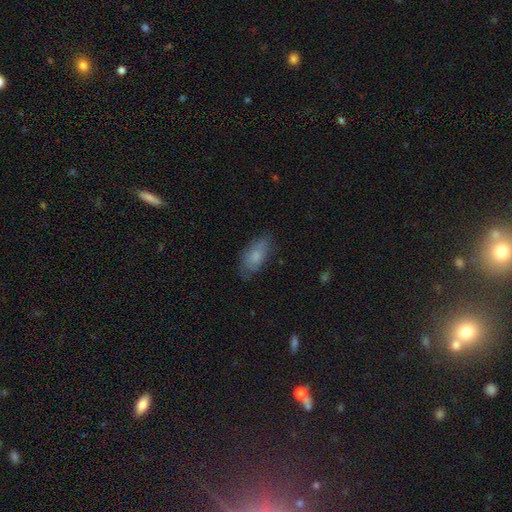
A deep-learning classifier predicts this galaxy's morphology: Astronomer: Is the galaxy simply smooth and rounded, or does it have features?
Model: smooth — 73%.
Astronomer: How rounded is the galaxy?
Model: in between — 88%.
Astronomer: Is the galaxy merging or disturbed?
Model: none — 71%.